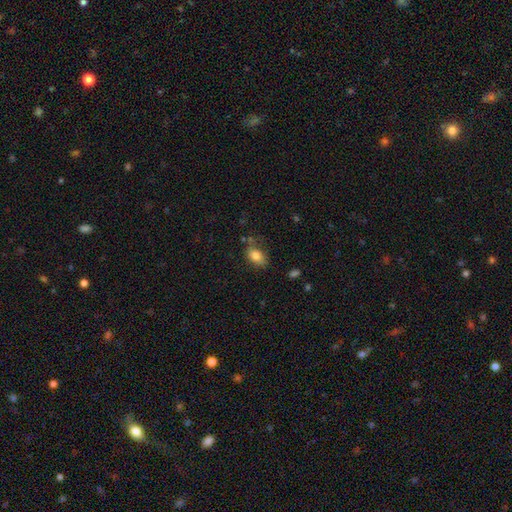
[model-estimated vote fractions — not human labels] Morphology: type=smooth (83%); roundness=in between (85%); merging=none (65%).